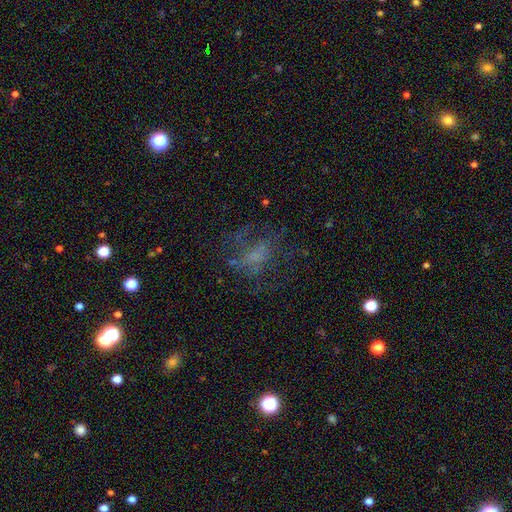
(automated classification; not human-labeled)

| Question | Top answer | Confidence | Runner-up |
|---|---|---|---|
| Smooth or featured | featured or disk | 44% | smooth (33%) |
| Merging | none | 49% | major disturbance (31%) |